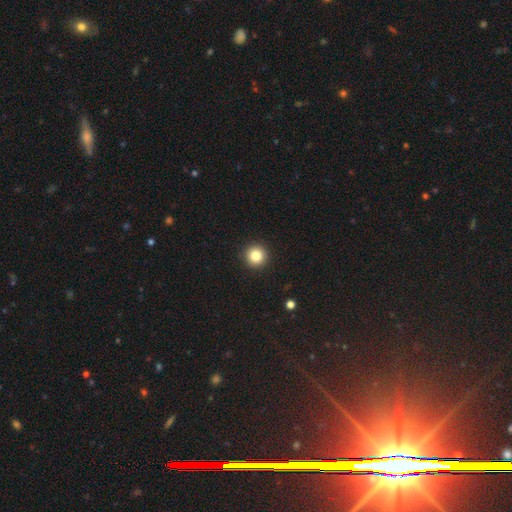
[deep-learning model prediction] smooth 83%, star or artifact 11%, featured or disk 6%. Down the decision tree: how rounded — round (96%); merging — none (93%).